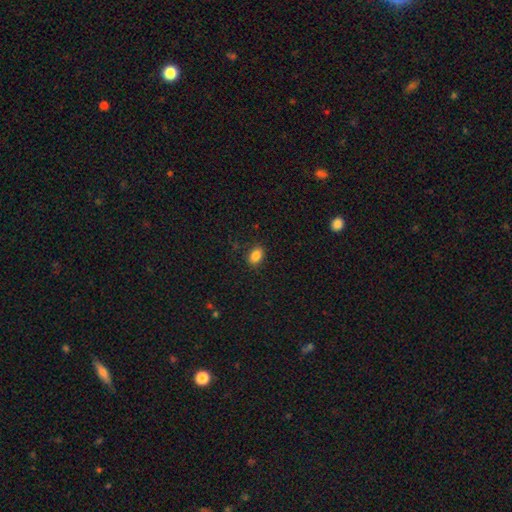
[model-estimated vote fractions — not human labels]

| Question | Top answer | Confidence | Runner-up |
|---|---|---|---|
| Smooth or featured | smooth | 87% | star or artifact (10%) |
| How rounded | in between | 82% | round (17%) |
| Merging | none | 86% | minor disturbance (10%) |